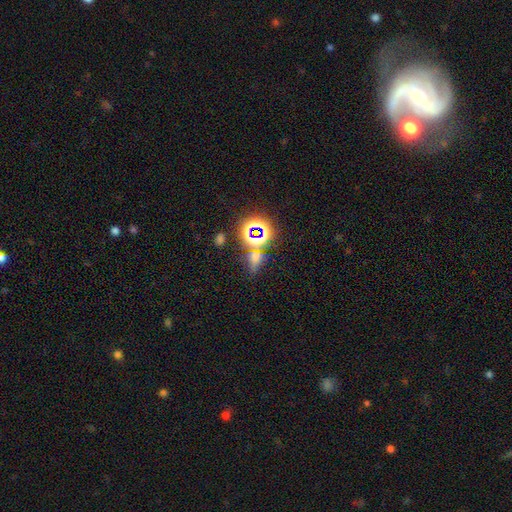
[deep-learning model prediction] Morphology: type=star or artifact (55%).